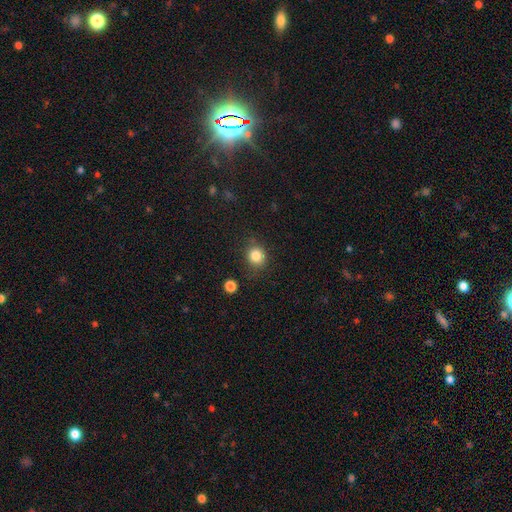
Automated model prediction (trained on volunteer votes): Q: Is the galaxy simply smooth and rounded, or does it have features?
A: smooth — 83%.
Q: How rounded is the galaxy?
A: round — 82%.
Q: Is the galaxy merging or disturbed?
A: none — 79%.